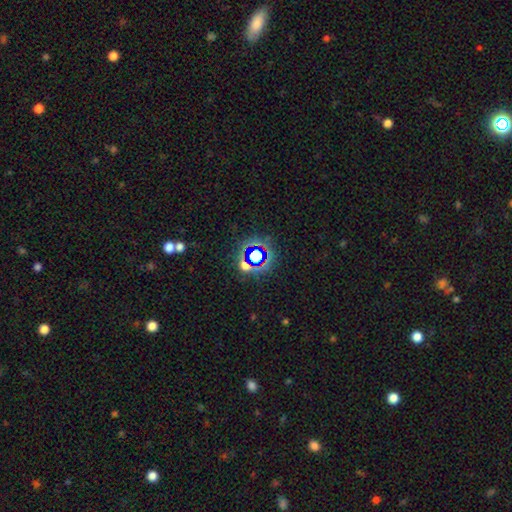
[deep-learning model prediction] smooth_or_featured: star or artifact (p=0.70) [alt: smooth p=0.20]